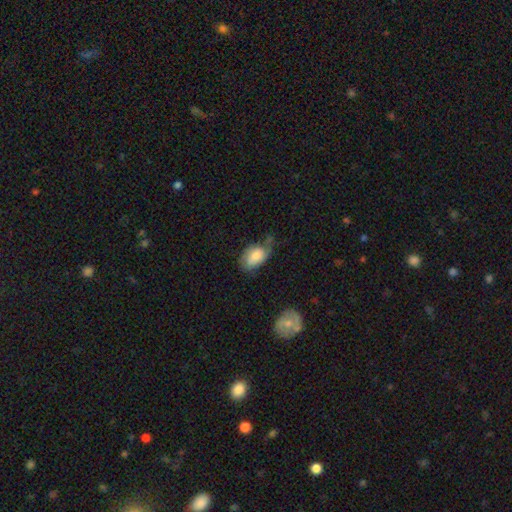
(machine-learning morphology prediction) Q: Smooth or featured?
A: smooth (76%); runner-up: featured or disk (17%)
Q: How rounded?
A: in between (89%); runner-up: round (9%)
Q: Merging?
A: none (45%); runner-up: minor disturbance (36%)